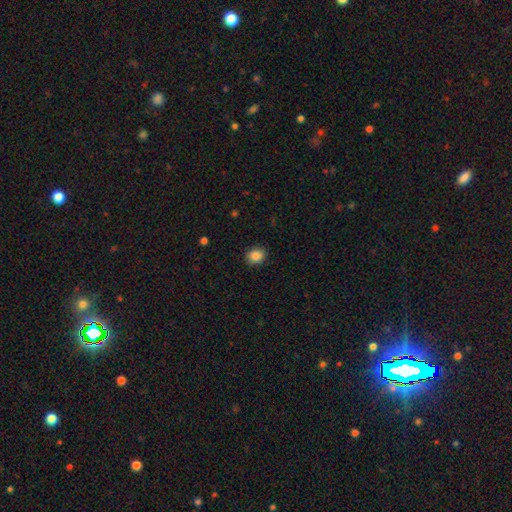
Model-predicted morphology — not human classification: type=smooth (86%); roundness=round (61%); merging=none (89%).